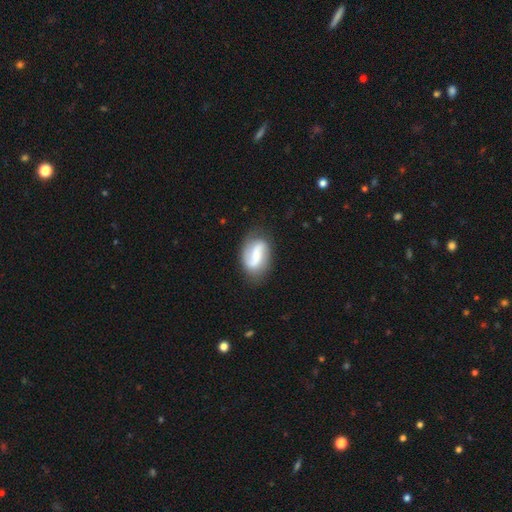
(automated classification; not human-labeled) Smooth or featured? Predicted: featured or disk (p=0.71). Edge-on disk? Predicted: no (p=0.97). Bar? Predicted: weak (p=0.43). Spiral arms? Predicted: yes (p=0.93). Spiral winding? Predicted: loose (p=0.49). Spiral arm count? Predicted: 2 (p=0.87). Bulge size? Predicted: small (p=0.50). Merging? Predicted: none (p=0.77).